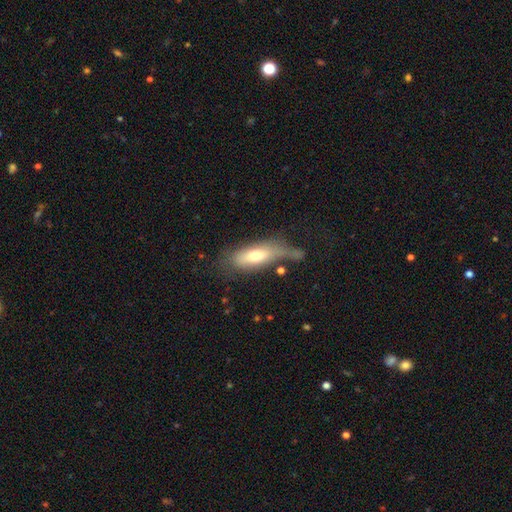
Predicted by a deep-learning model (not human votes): A smooth galaxy with no disk features (65%) that is in between round and cigar-shaped (65%).

Vote fractions:
- Smooth or featured? smooth: 65% / featured or disk: 28% / star or artifact: 8%
- How rounded? in between: 65% / cigar-shaped: 32% / round: 3%
- Merging? none: 41% / minor disturbance: 27% / major disturbance: 21% / merger: 11%